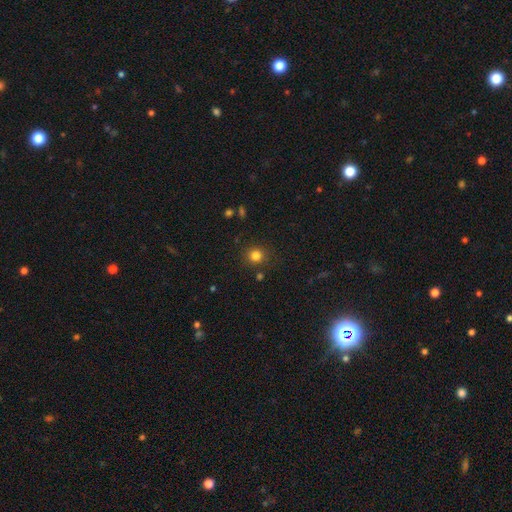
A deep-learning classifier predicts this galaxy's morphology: smooth-or-featured: smooth: 81% | star or artifact: 14% | featured or disk: 5%
  how-rounded: round: 89% | in between: 10% | cigar-shaped: 1%
  merging: none: 86% | minor disturbance: 8% | major disturbance: 3% | merger: 3%